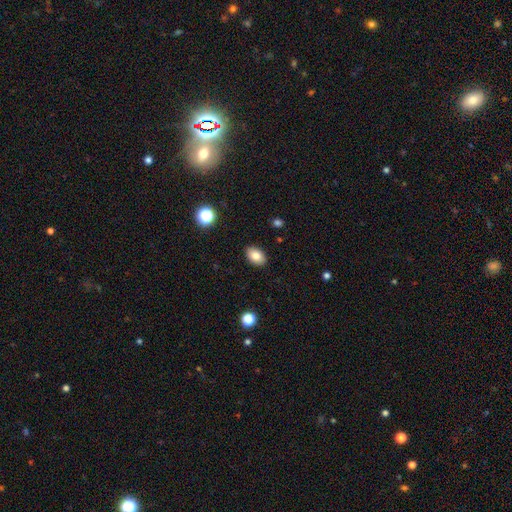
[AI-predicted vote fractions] smooth_or_featured: smooth (p=0.83) [alt: star or artifact p=0.09]
how_rounded: in between (p=0.88) [alt: round p=0.10]
merging: none (p=0.89) [alt: minor disturbance p=0.08]